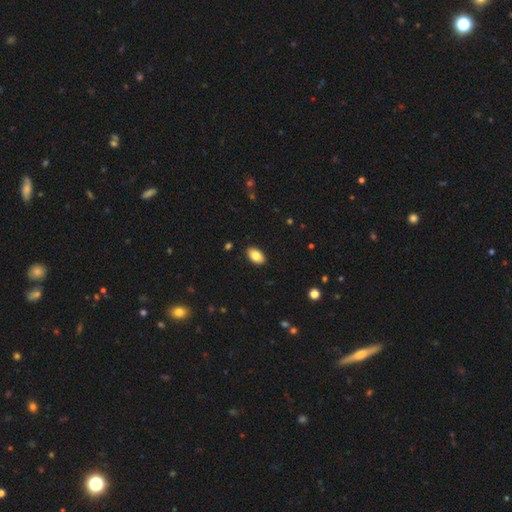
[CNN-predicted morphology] Smooth or featured? Predicted: smooth (p=0.83). How rounded? Predicted: in between (p=0.92). Merging? Predicted: none (p=0.90).